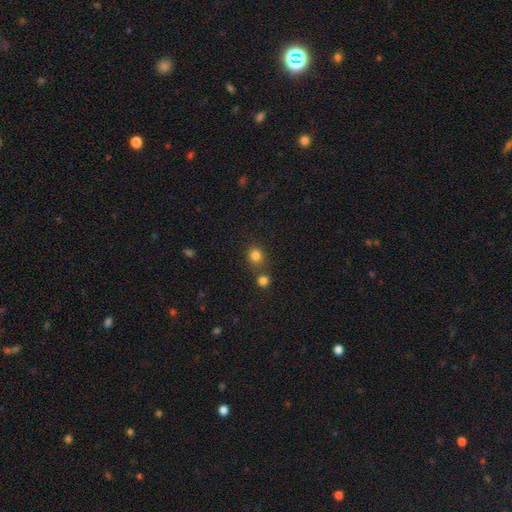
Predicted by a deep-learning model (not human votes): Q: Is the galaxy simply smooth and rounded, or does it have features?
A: smooth — 81%.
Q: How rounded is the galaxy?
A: round — 82%.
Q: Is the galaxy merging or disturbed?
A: none — 69%.